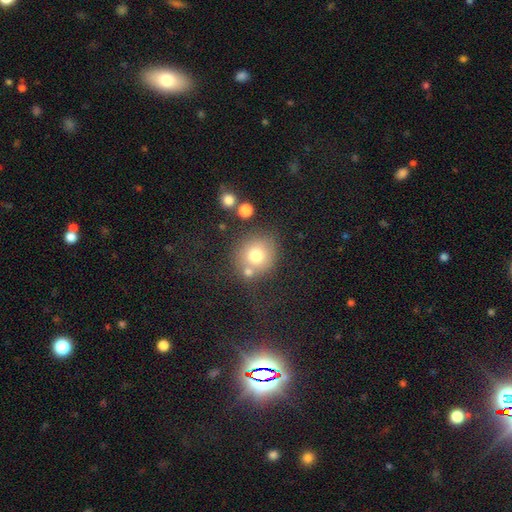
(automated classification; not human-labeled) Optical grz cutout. It shows a smooth galaxy with no disk features (73%) that is round (84%). Merging: none (61%).